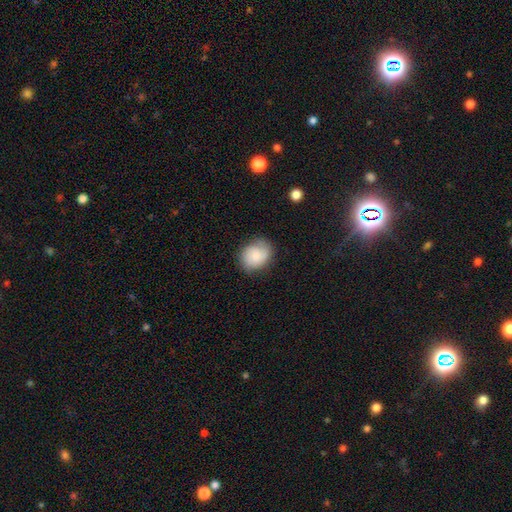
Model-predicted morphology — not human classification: A smooth galaxy with no disk features (63%) that is round (61%).

Vote fractions:
- Smooth or featured? smooth: 63% / featured or disk: 30% / star or artifact: 8%
- How rounded? round: 61% / in between: 38% / cigar-shaped: 1%
- Merging? none: 75% / minor disturbance: 18% / major disturbance: 5% / merger: 1%